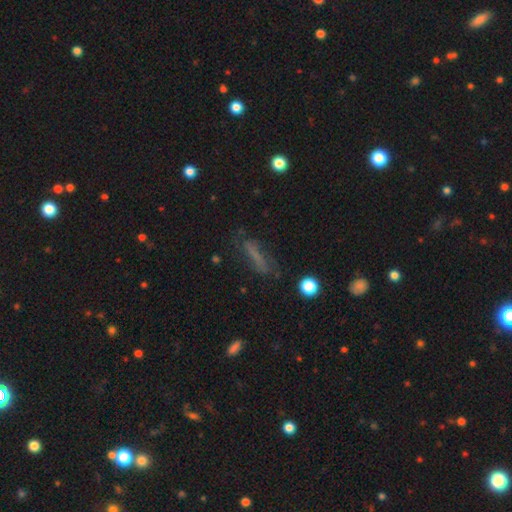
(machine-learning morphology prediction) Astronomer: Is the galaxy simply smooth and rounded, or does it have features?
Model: smooth — 53% (runner-up: featured or disk, 30%).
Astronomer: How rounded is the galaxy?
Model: cigar-shaped — 76%.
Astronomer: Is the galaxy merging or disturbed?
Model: none — 64%.